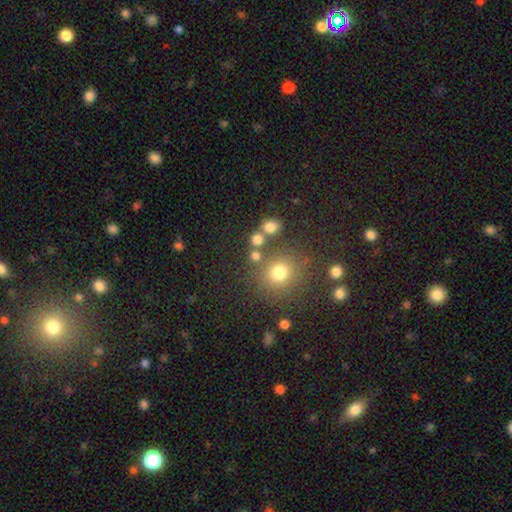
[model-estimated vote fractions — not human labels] A smooth galaxy with no disk features (73%) that is round (86%). Merging: none (70%).